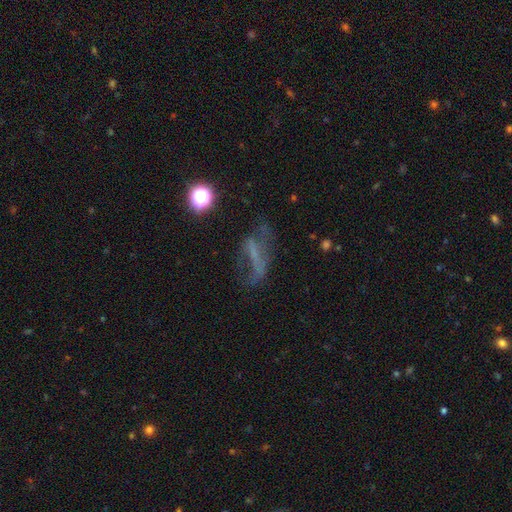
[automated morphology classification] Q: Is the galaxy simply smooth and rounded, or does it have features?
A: featured or disk — 48%.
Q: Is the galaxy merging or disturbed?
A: none — 43%.